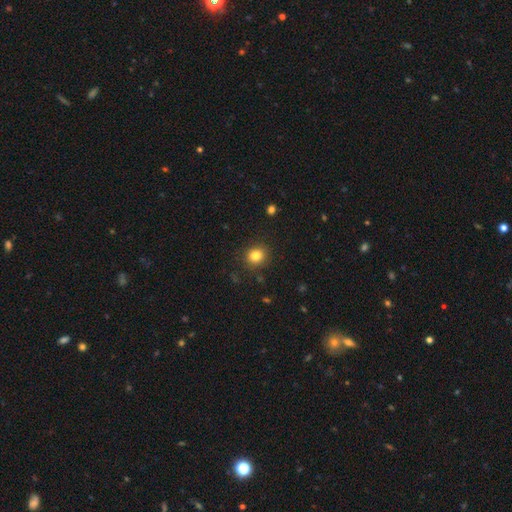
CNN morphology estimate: The model was most divided on "how rounded": round: 82%, in between: 17%, cigar-shaped: 1%. More confident: merging — none (89%); smooth or featured — smooth (82%).